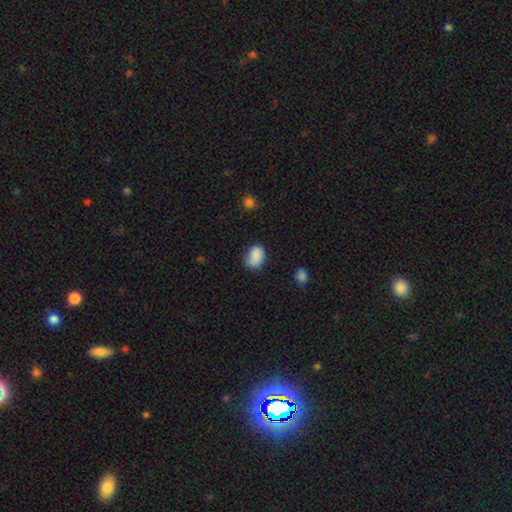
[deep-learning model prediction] This appears to be a smooth galaxy with no disk features (85%) that is in between round and cigar-shaped (79%). Merging: none (58%).